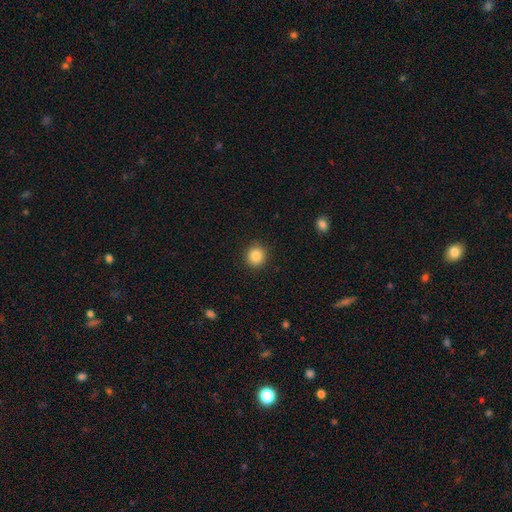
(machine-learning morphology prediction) Overall: smooth (86%). How rounded: round (90%). Merging: none (91%).